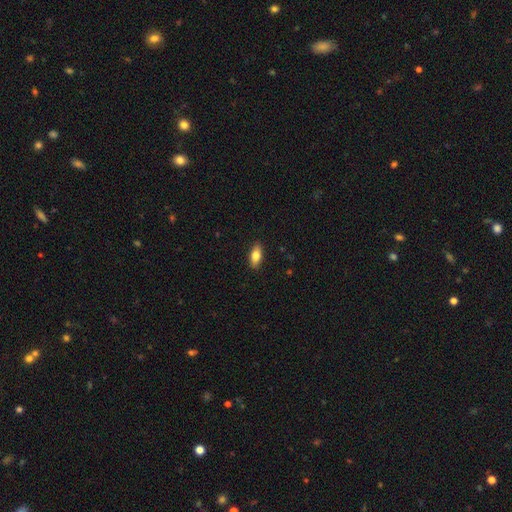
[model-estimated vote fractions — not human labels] Morphology: type=smooth (77%); roundness=in between (83%); merging=none (89%).